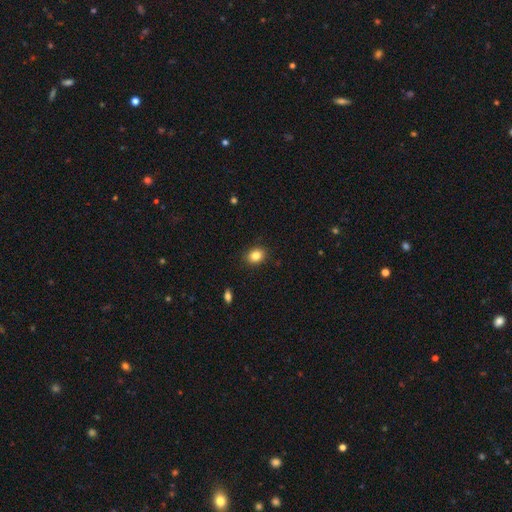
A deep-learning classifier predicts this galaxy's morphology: type=smooth (84%); roundness=in between (53%); merging=none (88%).